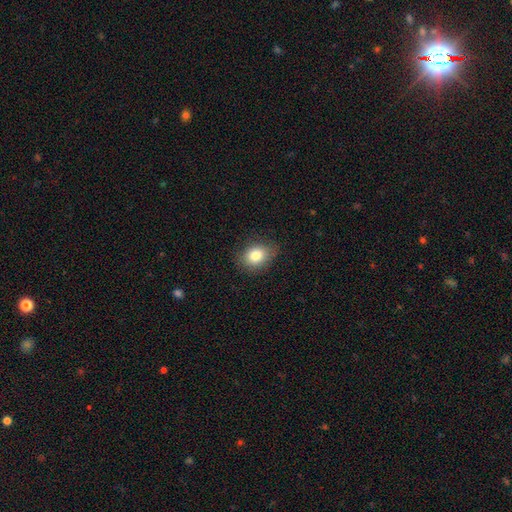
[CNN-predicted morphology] This appears to be a smooth galaxy with no disk features (82%) that is in between round and cigar-shaped (56%). Merging: none (78%).